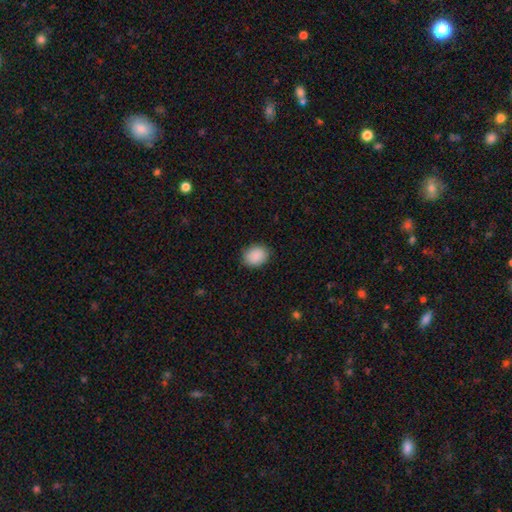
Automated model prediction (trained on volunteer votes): Smooth or featured? smooth (90%)
How rounded? in between (54%)
Merging? none (86%)